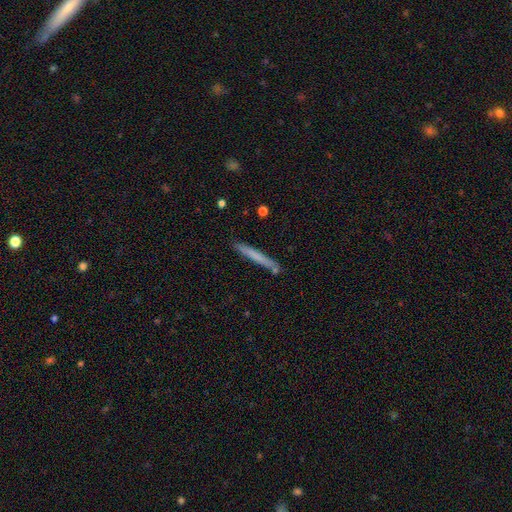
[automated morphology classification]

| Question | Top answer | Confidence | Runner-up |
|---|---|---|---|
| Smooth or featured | smooth | 67% | featured or disk (27%) |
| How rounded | cigar-shaped | 97% | in between (2%) |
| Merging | none | 84% | minor disturbance (10%) |